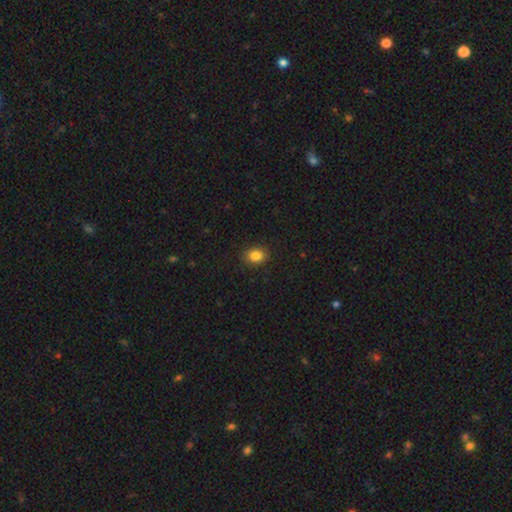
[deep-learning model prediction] Smooth or featured? Predicted: smooth (p=0.85). How rounded? Predicted: in between (p=0.54). Merging? Predicted: none (p=0.89).